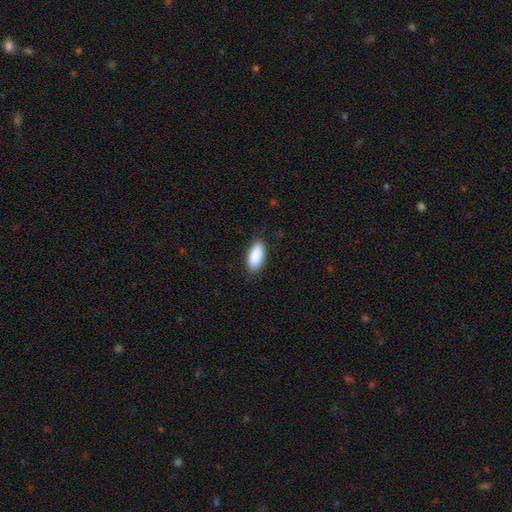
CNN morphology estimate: The model was most divided on "merging": none: 86%, minor disturbance: 11%, major disturbance: 2%, merger: 1%. More confident: smooth or featured — smooth (90%); how rounded — in between (89%).